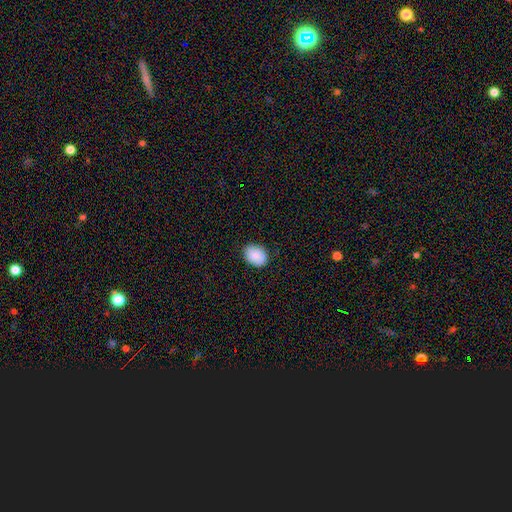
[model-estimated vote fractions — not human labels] smooth_or_featured: smooth (p=0.87) [alt: star or artifact p=0.07]
how_rounded: in between (p=0.64) [alt: round p=0.36]
merging: none (p=0.83) [alt: minor disturbance p=0.13]